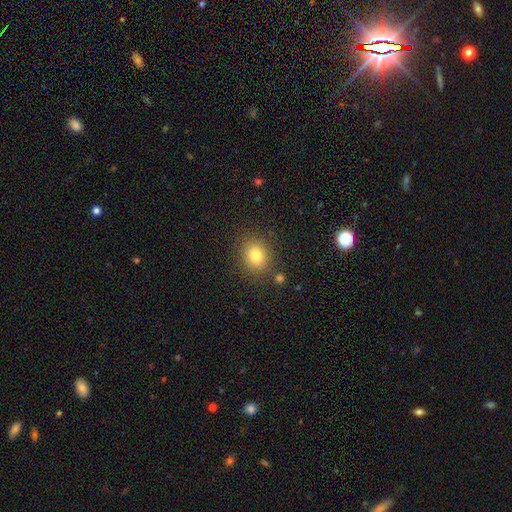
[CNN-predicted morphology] smooth-or-featured: smooth: 80% | star or artifact: 12% | featured or disk: 8%
  how-rounded: round: 68% | in between: 31% | cigar-shaped: 1%
  merging: none: 85% | minor disturbance: 9% | major disturbance: 3% | merger: 3%